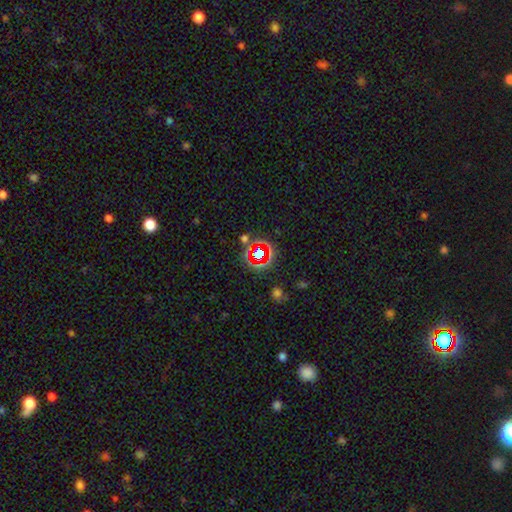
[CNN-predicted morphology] Smooth or featured? Predicted: star or artifact (p=0.66).